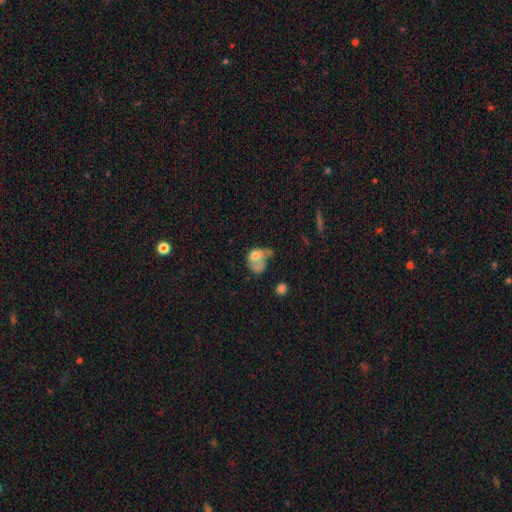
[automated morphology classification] A smooth galaxy with no disk features (61%) that is in between round and cigar-shaped (63%). Merging: major disturbance (37%).